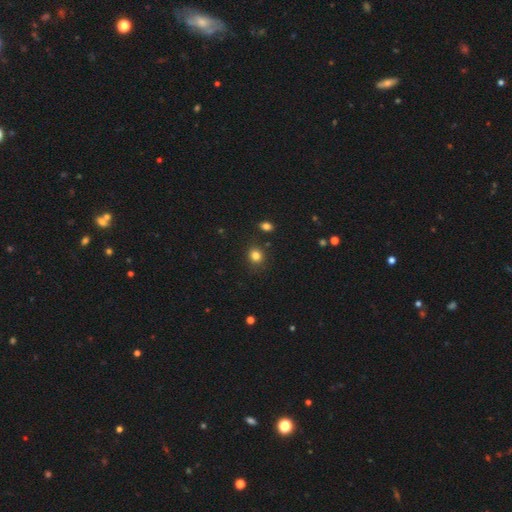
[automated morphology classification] smooth_or_featured: smooth (p=0.82) [alt: star or artifact p=0.13]
how_rounded: round (p=0.77) [alt: in between p=0.22]
merging: none (p=0.83) [alt: minor disturbance p=0.10]